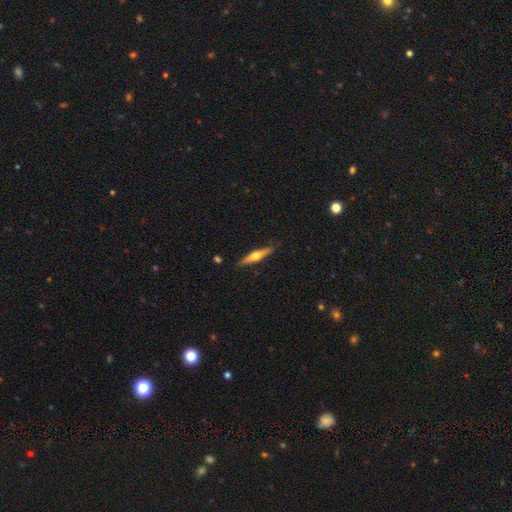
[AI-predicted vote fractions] This is possibly a featured or disk galaxy (59%). It is clearly viewed edge-on (96%). Edge-on bulge: clearly rounded (92%). Merging: clearly none (87%).